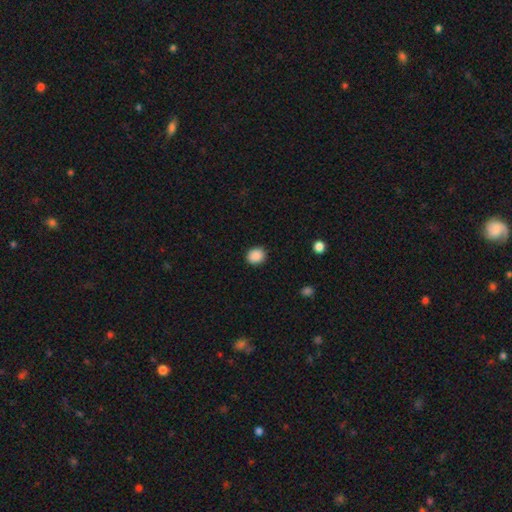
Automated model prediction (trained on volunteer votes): Smooth or featured: smooth — 89% (star or artifact — 8%)
How rounded: round — 66% (in between — 34%)
Merging: none — 90% (minor disturbance — 7%)